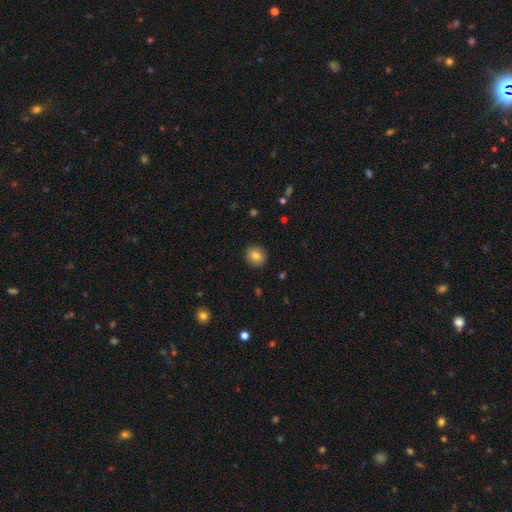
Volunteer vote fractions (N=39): This is likely a smooth galaxy (77%). How rounded: clearly round (93%). Merging: clearly none (83%).